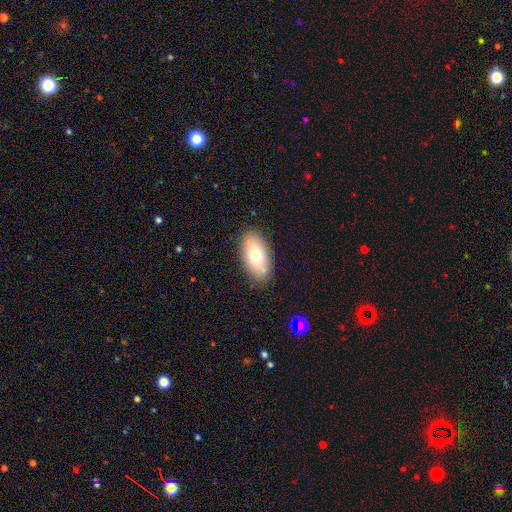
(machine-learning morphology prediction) This appears to be a smooth galaxy with no disk features (71%) that is in between round and cigar-shaped (92%). Merging: none (83%).